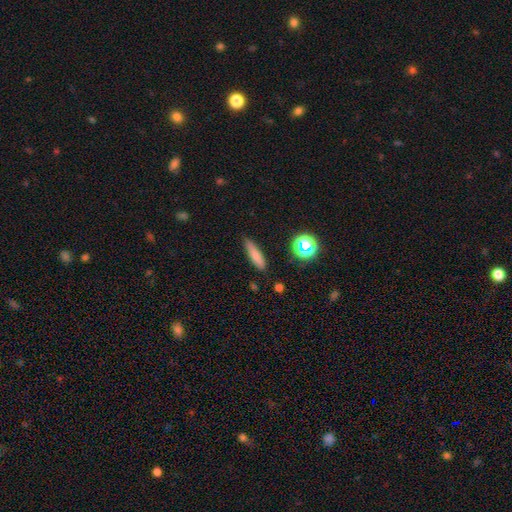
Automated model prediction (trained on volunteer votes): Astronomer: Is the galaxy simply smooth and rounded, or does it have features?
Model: smooth — 75%.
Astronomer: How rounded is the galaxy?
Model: cigar-shaped — 75%.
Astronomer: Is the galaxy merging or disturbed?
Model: none — 82%.